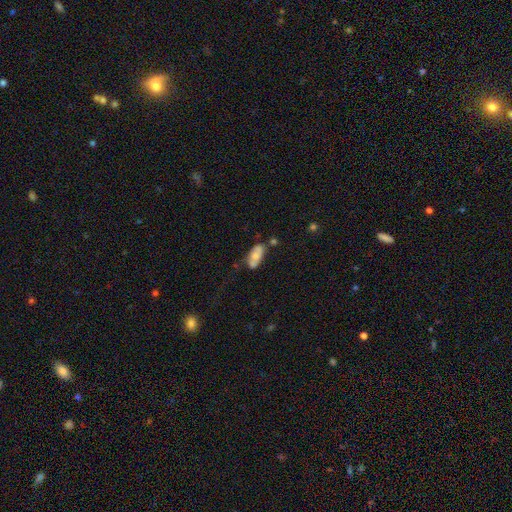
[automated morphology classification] Overall: smooth (70%). How rounded: in between (85%). Merging: none (61%; minor disturbance 22%).